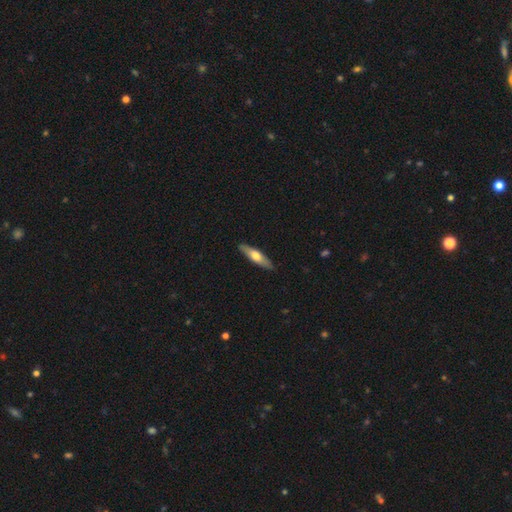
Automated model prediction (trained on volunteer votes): smooth-or-featured: smooth: 53% | featured or disk: 42% | star or artifact: 5%
  how-rounded: cigar-shaped: 73% | in between: 25% | round: 2%
  merging: none: 88% | minor disturbance: 9% | major disturbance: 2% | merger: 1%